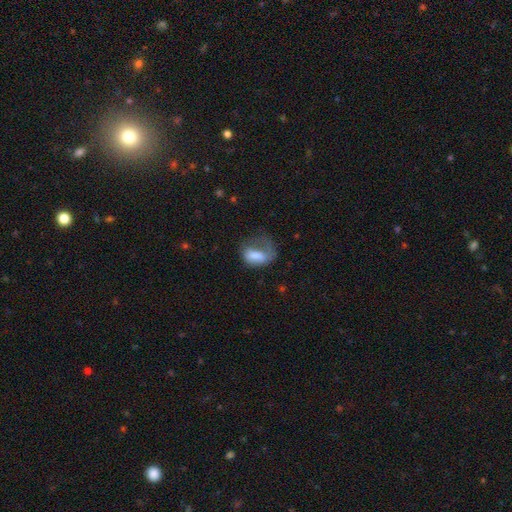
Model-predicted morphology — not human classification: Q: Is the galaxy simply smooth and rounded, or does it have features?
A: smooth — 67%.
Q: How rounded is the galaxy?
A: in between — 82%.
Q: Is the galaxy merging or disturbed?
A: major disturbance — 54%.